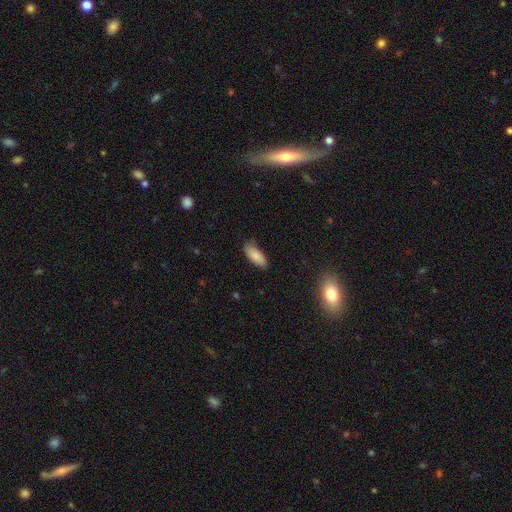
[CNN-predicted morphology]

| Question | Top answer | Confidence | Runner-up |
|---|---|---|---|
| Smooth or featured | smooth | 86% | star or artifact (7%) |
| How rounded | in between | 84% | cigar-shaped (14%) |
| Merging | none | 77% | minor disturbance (19%) |